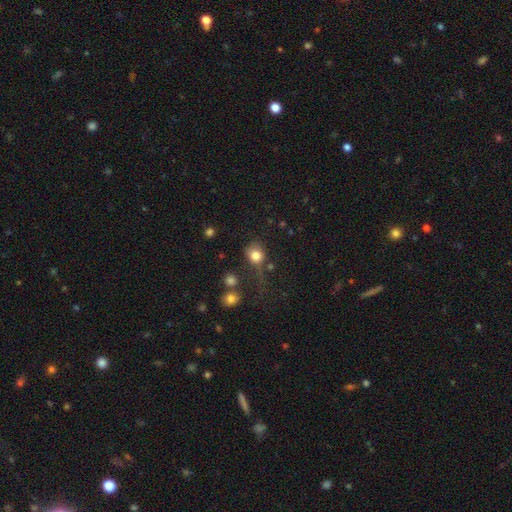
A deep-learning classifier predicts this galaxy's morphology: smooth 80%, star or artifact 11%, featured or disk 9%. Down the decision tree: how rounded — round (72%); merging — none (49%).